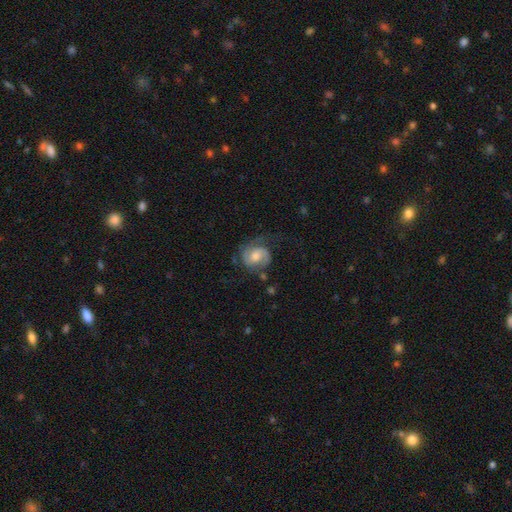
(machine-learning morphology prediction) Overall: featured or disk (66%; smooth 27%). Edge-on disk: no (98%). Bar: no (54%; weak 38%). Spiral arms: yes (91%). Spiral arm count: 2 (76%). Spiral winding: medium (45%; tight 31%). Bulge size: moderate (58%; small 22%). Merging: none (56%; minor disturbance 23%).